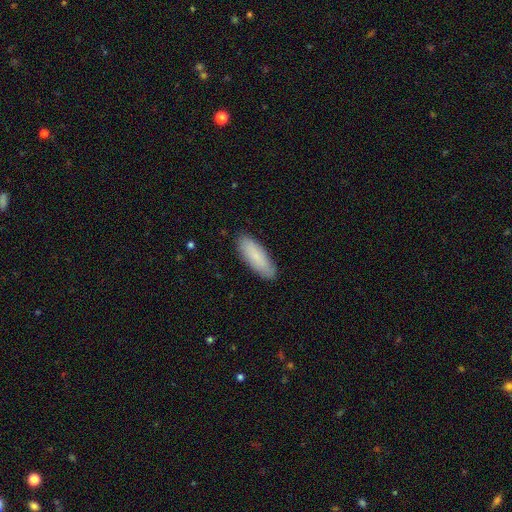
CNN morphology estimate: A smooth galaxy with no disk features (83%) that is in between round and cigar-shaped (56%). Merging: none (88%).